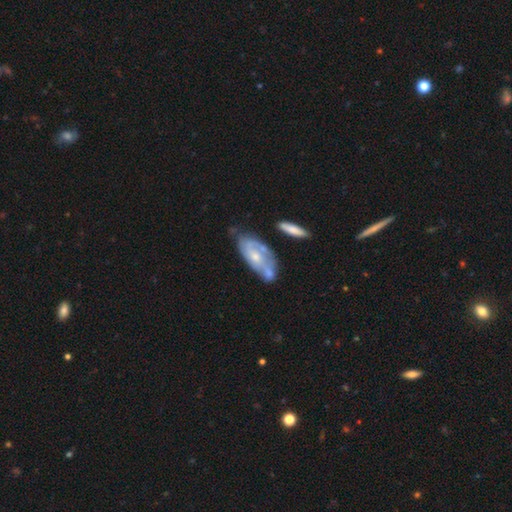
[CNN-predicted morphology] Smooth or featured: featured or disk — 62% (smooth — 32%)
Edge-on disk: no — 89% (yes — 11%)
Bar: no — 72% (weak — 24%)
Spiral arms: yes — 69% (no — 31%)
Bulge size: small — 52% (moderate — 41%)
Merging: none — 40% (minor disturbance — 28%)